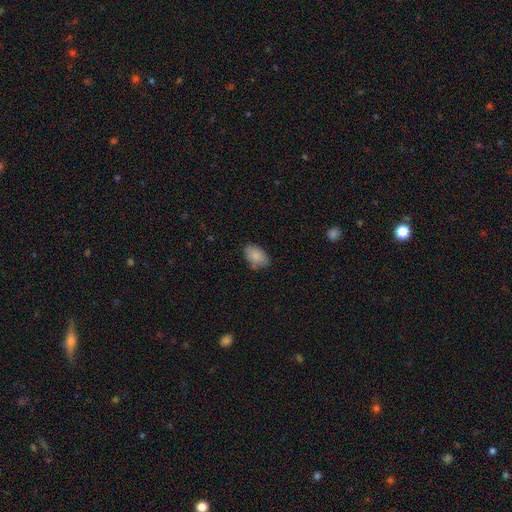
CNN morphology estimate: Smooth or featured? Predicted: smooth (p=0.86). How rounded? Predicted: in between (p=0.91). Merging? Predicted: none (p=0.78).